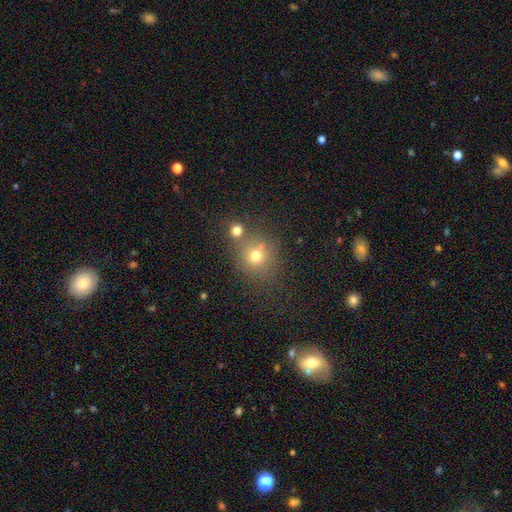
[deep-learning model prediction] A smooth galaxy with no disk features (70%) that is round (86%).

Vote fractions:
- Smooth or featured? smooth: 70% / star or artifact: 18% / featured or disk: 11%
- How rounded? round: 86% / in between: 13% / cigar-shaped: 1%
- Merging? none: 61% / merger: 24% / minor disturbance: 10% / major disturbance: 4%